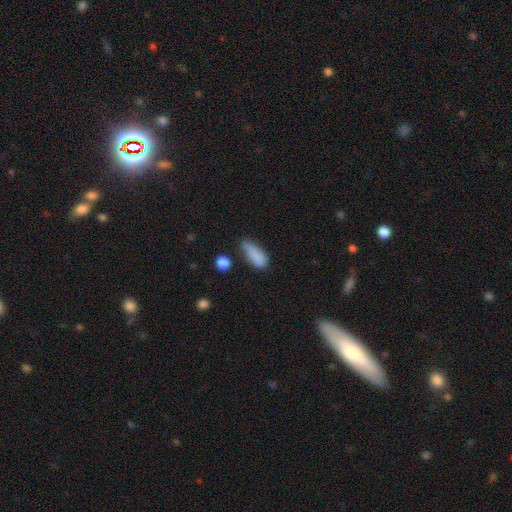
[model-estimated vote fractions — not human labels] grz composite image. It shows a smooth galaxy with no disk features (83%) that is in between round and cigar-shaped (67%). Merging: none (44%).